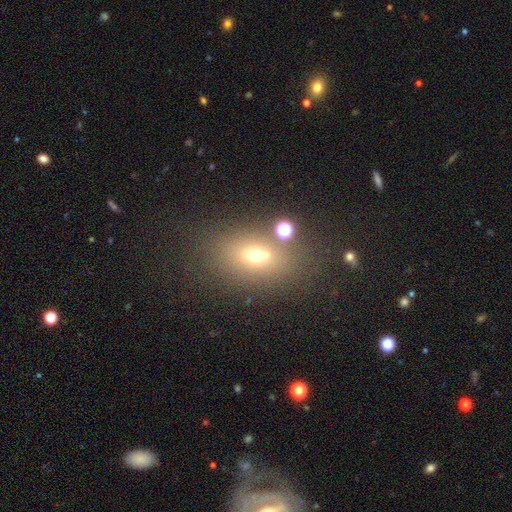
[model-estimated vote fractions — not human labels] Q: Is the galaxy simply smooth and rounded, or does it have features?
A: smooth — 59%.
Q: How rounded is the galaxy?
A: in between — 66%.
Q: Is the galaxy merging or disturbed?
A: none — 60%.